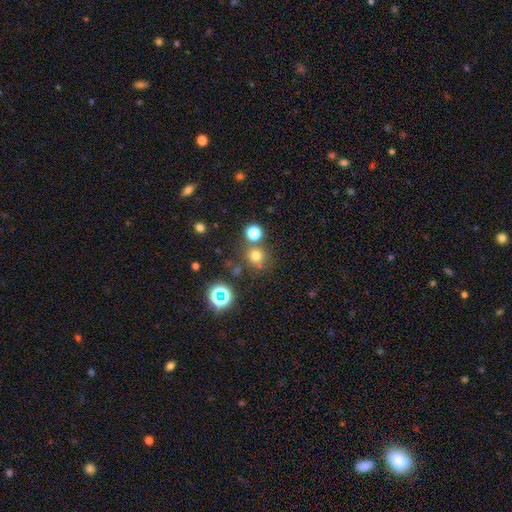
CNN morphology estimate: Overall: smooth (70%). How rounded: round (90%). Merging: none (73%).